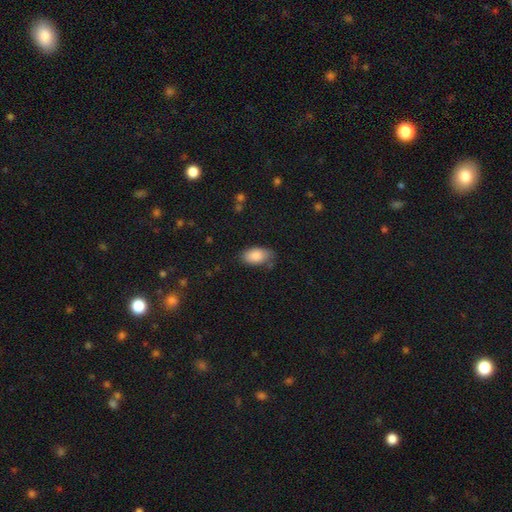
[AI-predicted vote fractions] Smooth or featured?
  - smooth: 86% *
  - featured or disk: 7%
  - star or artifact: 7%
How rounded?
  - in between: 94% *
  - round: 4%
  - cigar-shaped: 2%
Merging?
  - none: 71% *
  - minor disturbance: 22%
  - major disturbance: 5%
  - merger: 3%